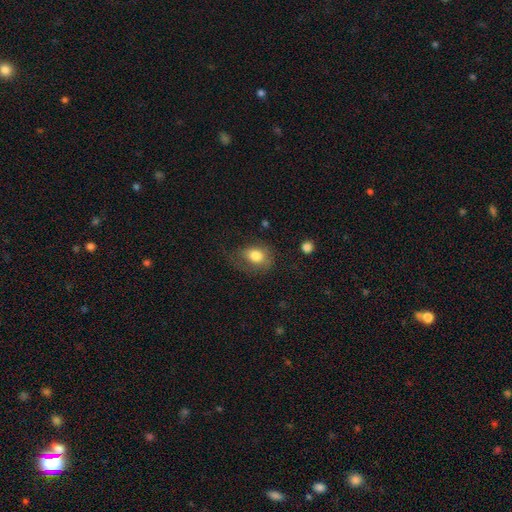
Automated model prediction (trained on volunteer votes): Smooth or featured?
  - smooth: 76% *
  - featured or disk: 16%
  - star or artifact: 8%
How rounded?
  - in between: 65% *
  - round: 34%
  - cigar-shaped: 1%
Merging?
  - none: 42% *
  - major disturbance: 29%
  - minor disturbance: 27%
  - merger: 2%